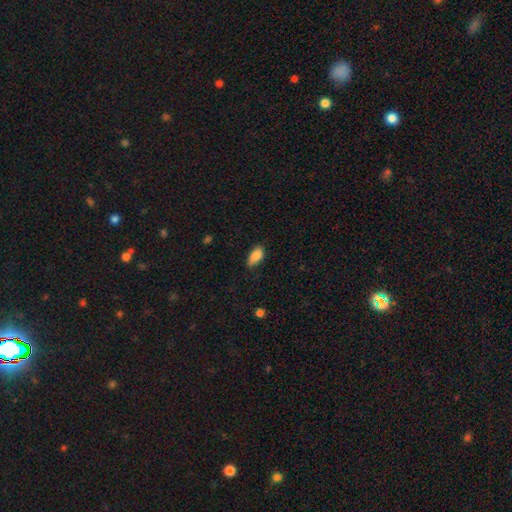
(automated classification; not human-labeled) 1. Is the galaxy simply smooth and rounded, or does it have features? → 85% smooth, 8% featured or disk, 7% star or artifact.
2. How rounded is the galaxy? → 90% in between, 6% cigar-shaped, 4% round.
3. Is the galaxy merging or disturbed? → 72% none, 23% minor disturbance, 4% major disturbance, 1% merger.